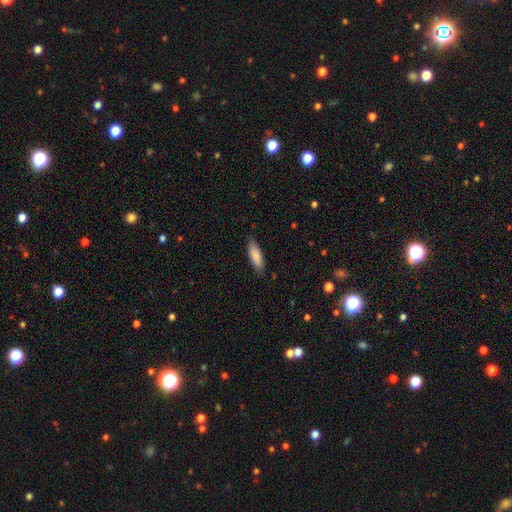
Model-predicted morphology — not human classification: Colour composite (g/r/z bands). It shows a smooth galaxy with no disk features (85%) that is in between round and cigar-shaped (55%). Merging: none (85%).